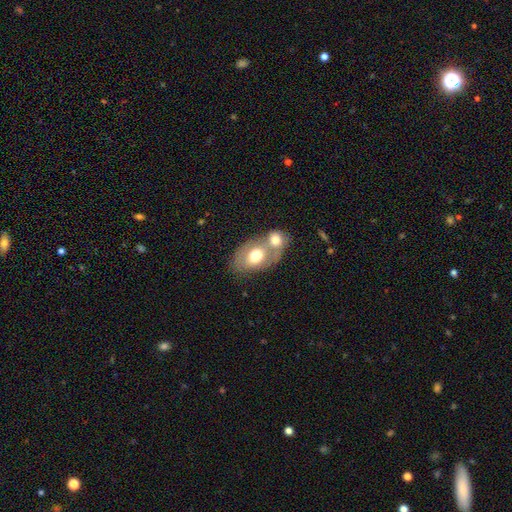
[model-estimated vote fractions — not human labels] A smooth galaxy with no disk features (60%) that is in between round and cigar-shaped (79%). Merging: merger (61%).